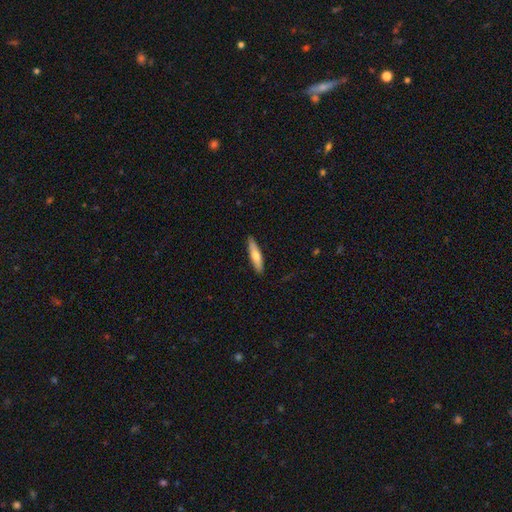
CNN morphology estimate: A smooth galaxy with no disk features (64%) that is cigar-shaped (80%). Merging: none (89%).